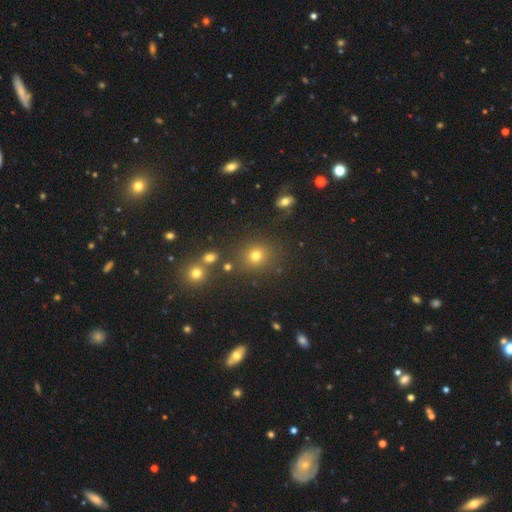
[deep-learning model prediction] Q: Smooth or featured?
A: smooth (72%); runner-up: star or artifact (20%)
Q: How rounded?
A: round (82%); runner-up: in between (17%)
Q: Merging?
A: none (81%); runner-up: minor disturbance (9%)